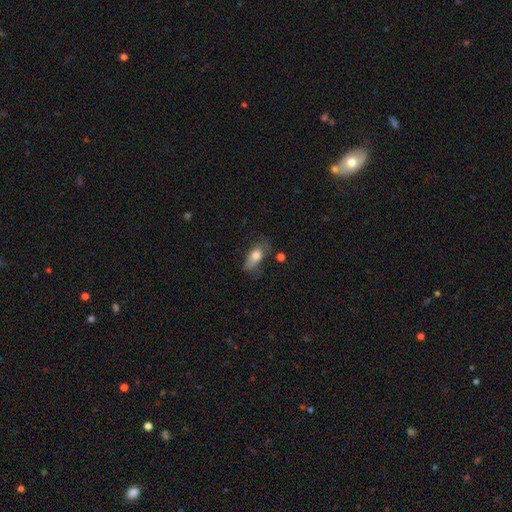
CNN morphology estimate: smooth_or_featured: smooth (p=0.72) [alt: featured or disk p=0.20]
how_rounded: in between (p=0.82) [alt: cigar-shaped p=0.13]
merging: none (p=0.54) [alt: minor disturbance p=0.29]